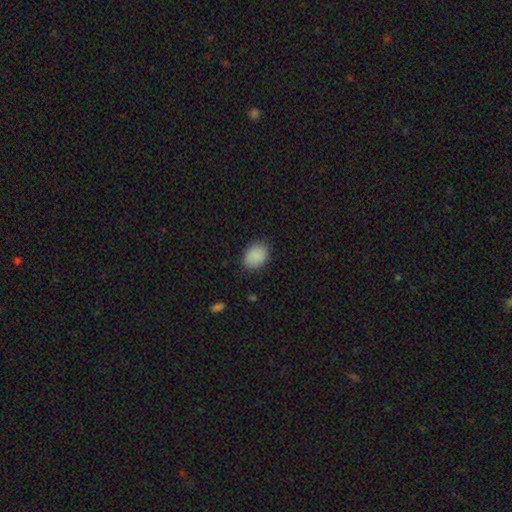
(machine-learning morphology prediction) Overall: smooth (89%). How rounded: in between (63%; round 36%). Merging: none (84%).